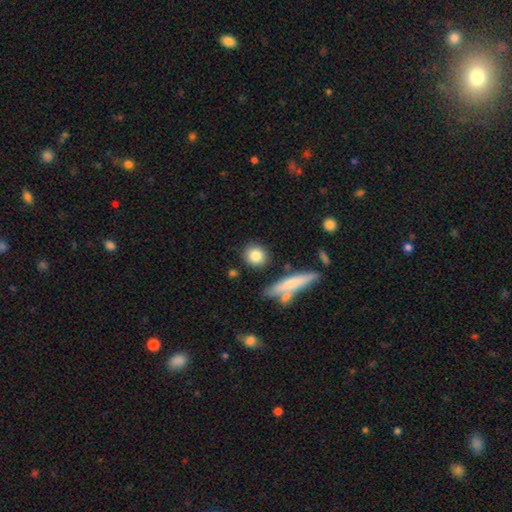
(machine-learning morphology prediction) A smooth galaxy with no disk features (83%) that is round (78%). Merging: none (82%).